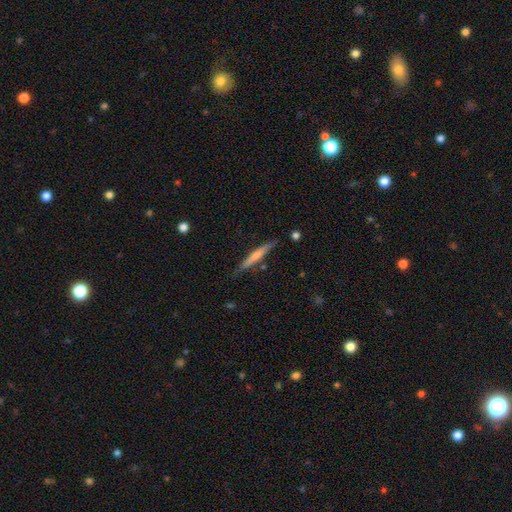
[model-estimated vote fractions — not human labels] Overall: smooth (53%; featured or disk 42%). How rounded: cigar-shaped (94%). Merging: none (82%).